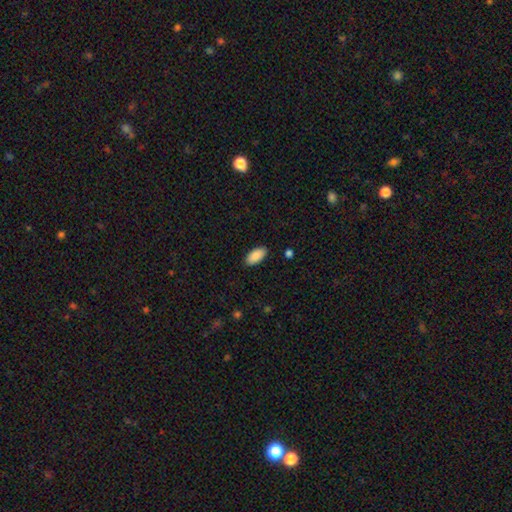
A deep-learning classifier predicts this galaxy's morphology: smooth 90%, star or artifact 6%, featured or disk 4%. Down the decision tree: how rounded — in between (93%); merging — none (89%).